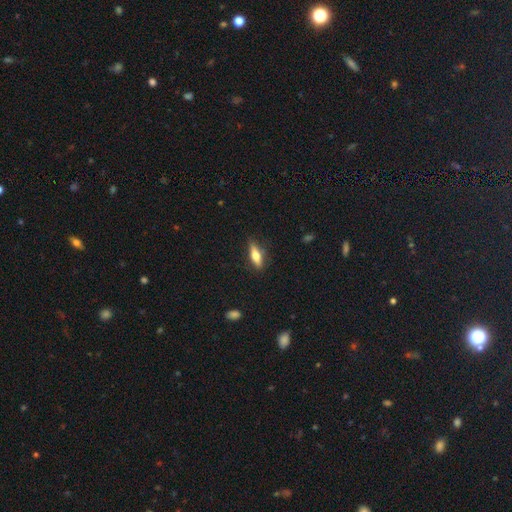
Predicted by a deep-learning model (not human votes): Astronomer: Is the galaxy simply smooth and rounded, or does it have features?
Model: smooth — 57% (runner-up: featured or disk, 36%).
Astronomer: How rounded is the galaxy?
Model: cigar-shaped — 54% (runner-up: in between, 43%).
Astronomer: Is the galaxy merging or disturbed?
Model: none — 81%.